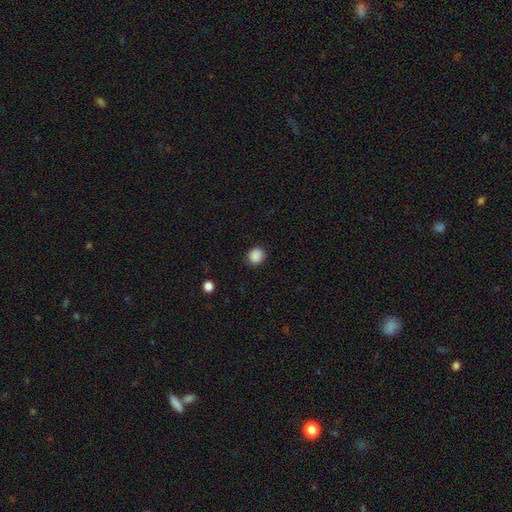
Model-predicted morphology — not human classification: This appears to be a smooth galaxy with no disk features (88%) that is round (83%). Merging: none (88%).